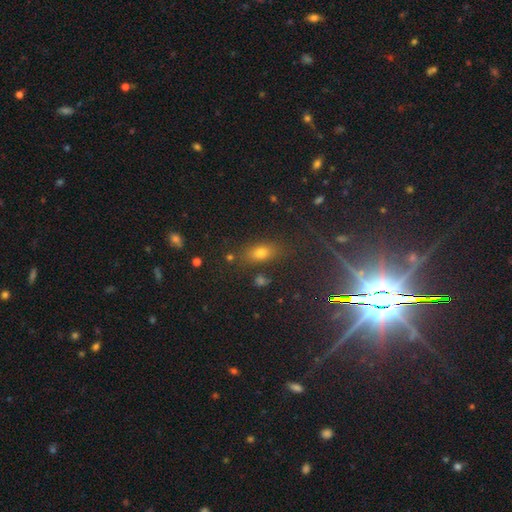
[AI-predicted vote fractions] smooth_or_featured: star or artifact (p=0.45) [alt: smooth p=0.40]